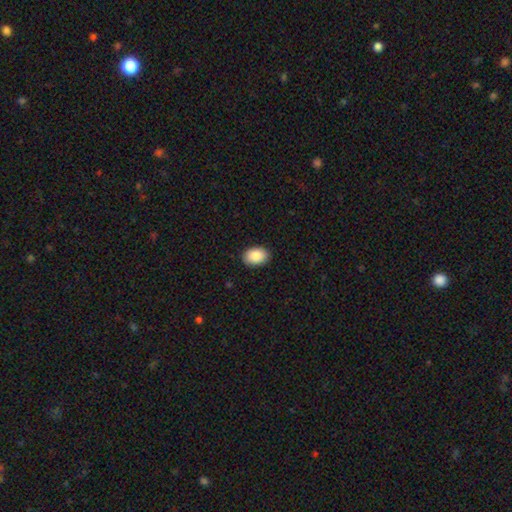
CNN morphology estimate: smooth 89%, star or artifact 7%, featured or disk 4%. Down the decision tree: how rounded — in between (85%); merging — none (90%).